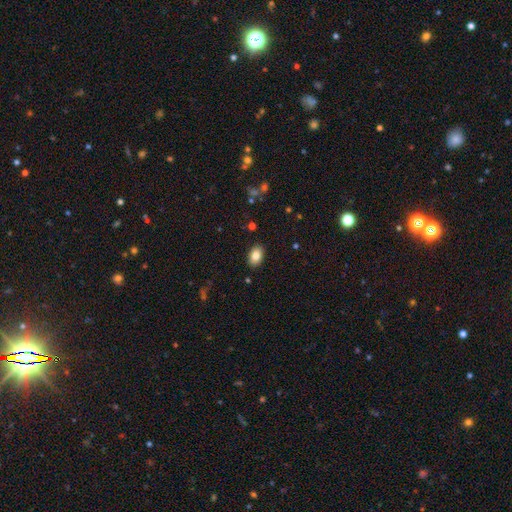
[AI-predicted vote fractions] This is clearly a smooth galaxy (84%). How rounded: clearly in between (87%). Merging: clearly none (88%).